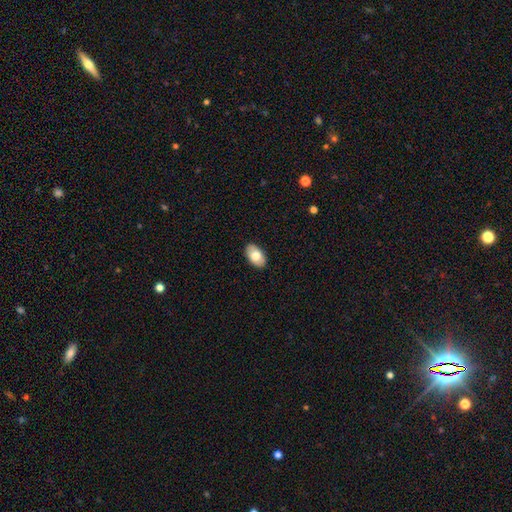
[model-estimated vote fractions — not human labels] A smooth galaxy with no disk features (76%) that is in between round and cigar-shaped (94%). Merging: none (89%).